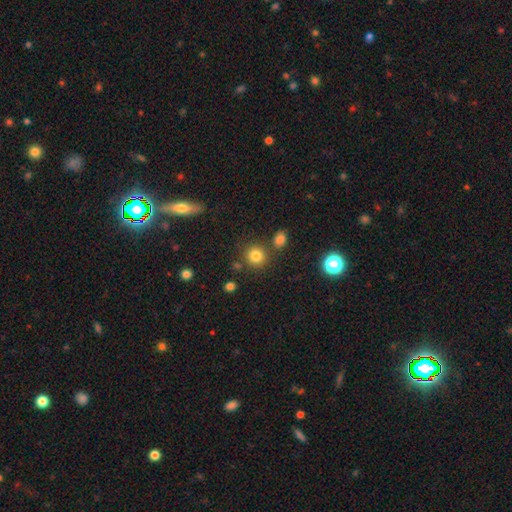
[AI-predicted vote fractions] smooth 80%, star or artifact 13%, featured or disk 7%. Down the decision tree: how rounded — round (90%); merging — none (79%).